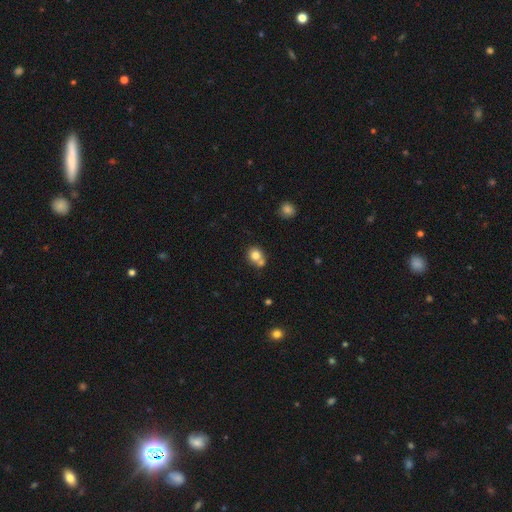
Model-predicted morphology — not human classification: smooth_or_featured: smooth (p=0.80) [alt: star or artifact p=0.10]
how_rounded: round (p=0.76) [alt: in between p=0.23]
merging: none (p=0.47) [alt: merger p=0.38]